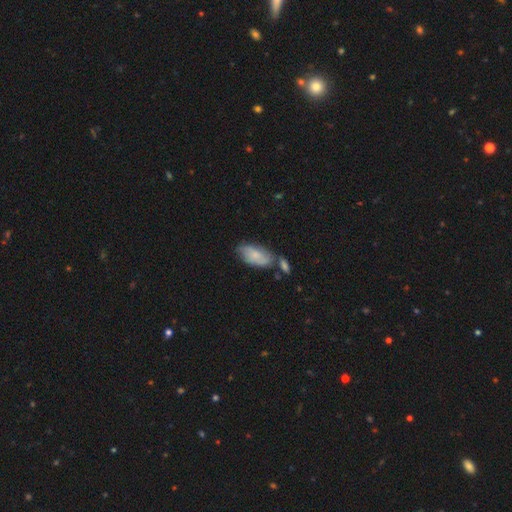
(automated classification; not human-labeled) Q: Smooth or featured?
A: smooth (68%); runner-up: featured or disk (26%)
Q: How rounded?
A: in between (93%); runner-up: cigar-shaped (5%)
Q: Merging?
A: none (47%); runner-up: minor disturbance (23%)